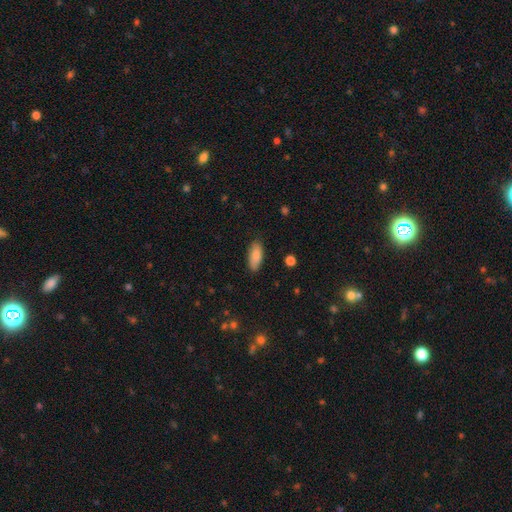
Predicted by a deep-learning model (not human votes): The model was most divided on "how rounded": in between: 82%, cigar-shaped: 16%, round: 2%. More confident: merging — none (86%); smooth or featured — smooth (86%).